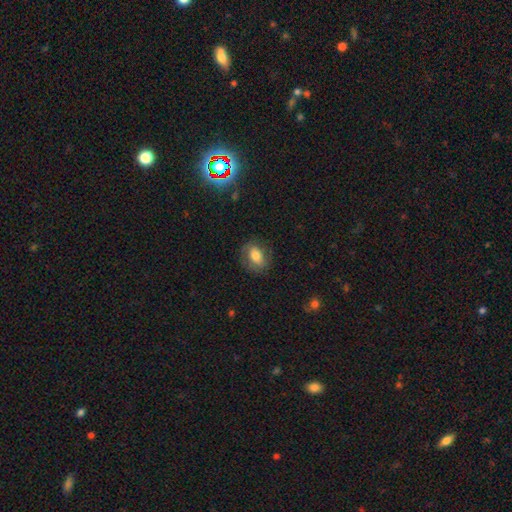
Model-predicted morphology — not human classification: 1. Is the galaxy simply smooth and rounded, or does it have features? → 62% smooth, 29% featured or disk, 9% star or artifact.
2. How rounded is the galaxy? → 66% in between, 32% round, 2% cigar-shaped.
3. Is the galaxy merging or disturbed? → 77% none, 15% minor disturbance, 7% major disturbance, 1% merger.